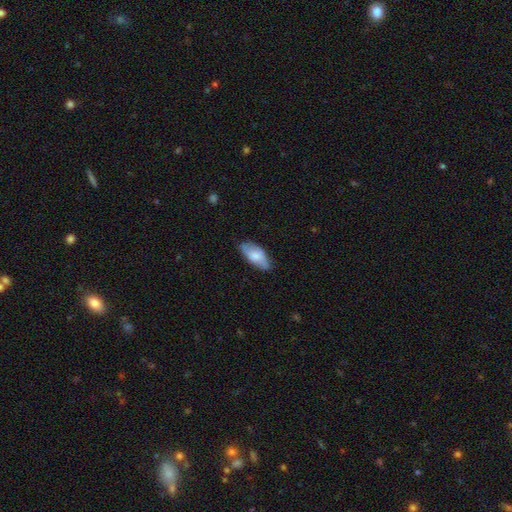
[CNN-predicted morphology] smooth_or_featured: smooth (p=0.73) [alt: featured or disk p=0.21]
how_rounded: in between (p=0.89) [alt: cigar-shaped p=0.09]
merging: none (p=0.73) [alt: minor disturbance p=0.22]